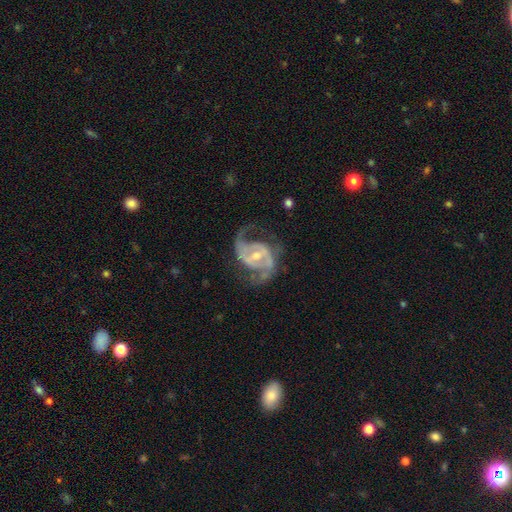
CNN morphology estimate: Smooth or featured? Predicted: featured or disk (p=0.90). Edge-on disk? Predicted: no (p=0.97). Bar? Predicted: weak (p=0.46). Spiral arms? Predicted: yes (p=0.96). Spiral winding? Predicted: medium (p=0.53). Spiral arm count? Predicted: 2 (p=0.86). Bulge size? Predicted: moderate (p=0.48). Merging? Predicted: none (p=0.67).